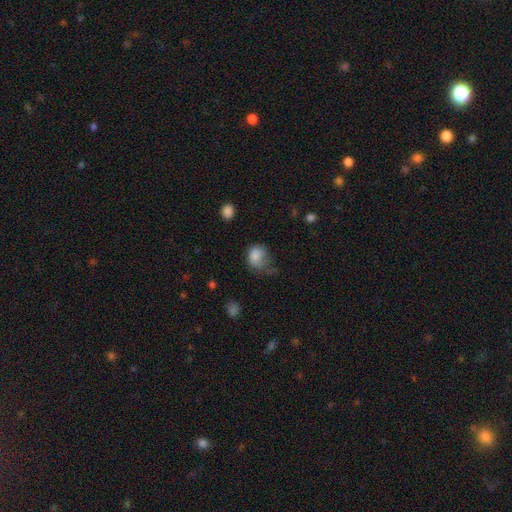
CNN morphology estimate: smooth_or_featured: smooth (p=0.80) [alt: featured or disk p=0.10]
how_rounded: in between (p=0.53) [alt: round p=0.46]
merging: major disturbance (p=0.34) [alt: minor disturbance p=0.32]